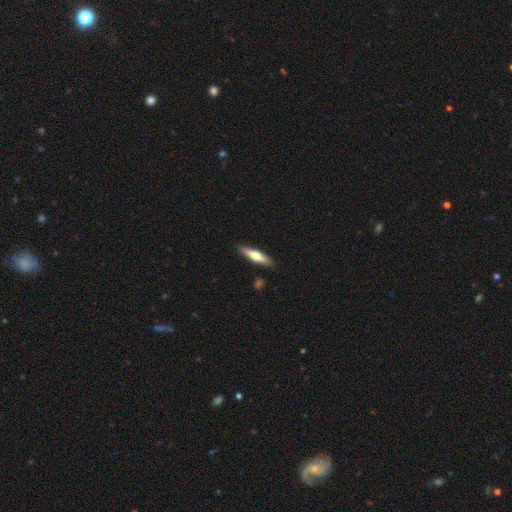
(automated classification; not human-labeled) Overall: smooth (49%; featured or disk 46%). Merging: none (89%).